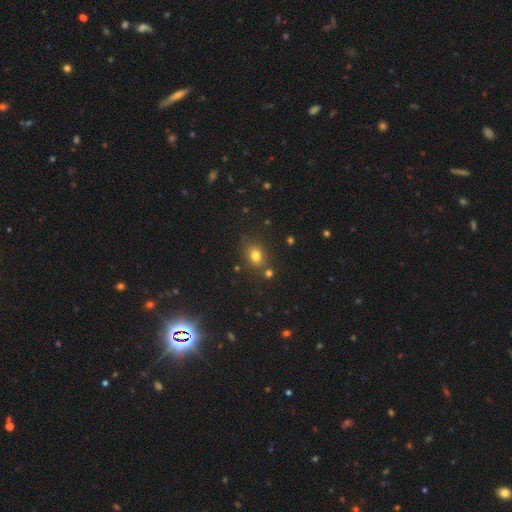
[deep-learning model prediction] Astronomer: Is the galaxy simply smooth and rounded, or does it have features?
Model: smooth — 76%.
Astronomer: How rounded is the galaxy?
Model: in between — 61% (runner-up: round, 37%).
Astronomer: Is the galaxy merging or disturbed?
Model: none — 75%.